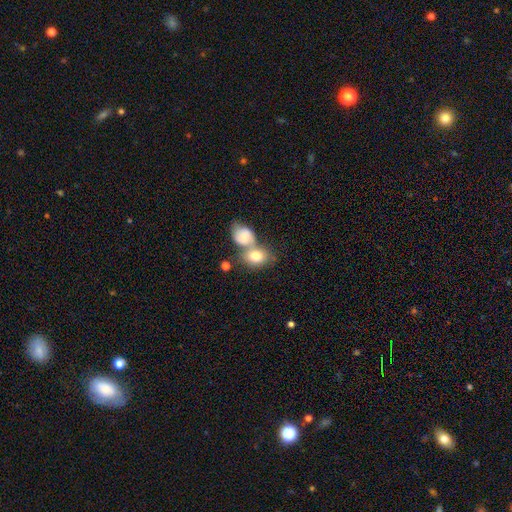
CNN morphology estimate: Overall: smooth (74%). How rounded: in between (64%; round 35%). Merging: merger (59%; none 27%).